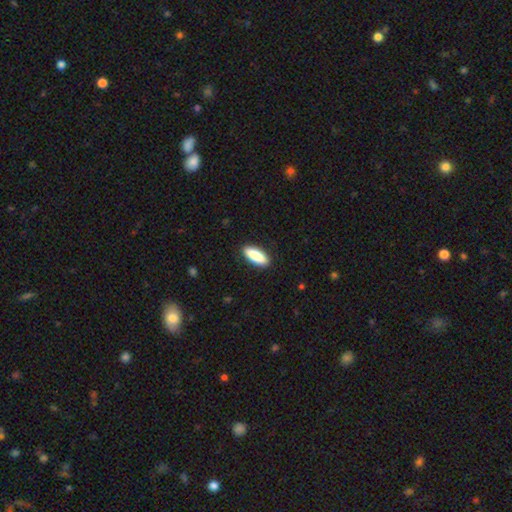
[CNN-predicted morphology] A smooth galaxy with no disk features (88%) that is in between round and cigar-shaped (65%).

Vote fractions:
- Smooth or featured? smooth: 88% / featured or disk: 6% / star or artifact: 6%
- How rounded? in between: 65% / cigar-shaped: 33% / round: 2%
- Merging? none: 89% / minor disturbance: 8% / major disturbance: 2% / merger: 1%